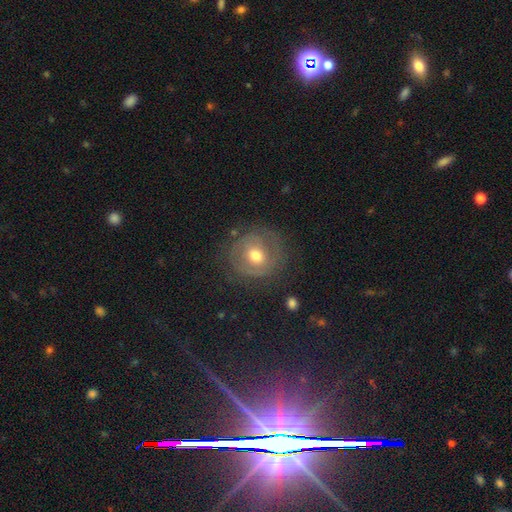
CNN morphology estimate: Q: Smooth or featured?
A: featured or disk (49%); runner-up: smooth (42%)
Q: Merging?
A: none (71%); runner-up: minor disturbance (17%)